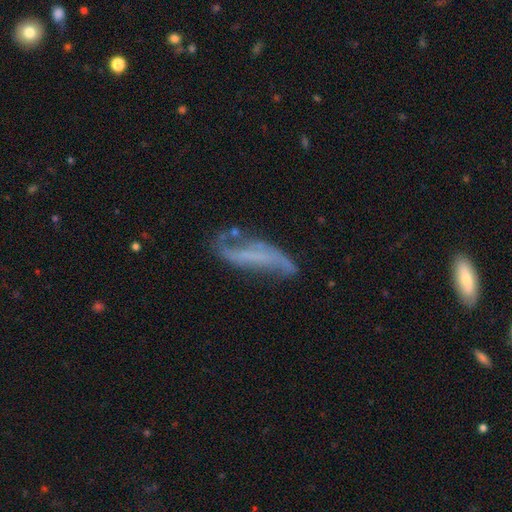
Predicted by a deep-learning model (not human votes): featured or disk 68%, smooth 22%, star or artifact 9%. Down the decision tree: edge-on disk — no (84%); bar — no (40%); spiral arms — yes (74%); bulge size — none (68%); merging — none (47%).